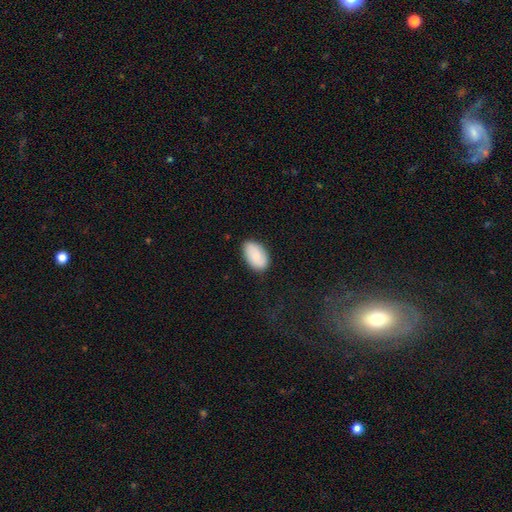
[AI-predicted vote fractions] smooth 78%, featured or disk 15%, star or artifact 6%. Down the decision tree: how rounded — in between (93%); merging — none (81%).